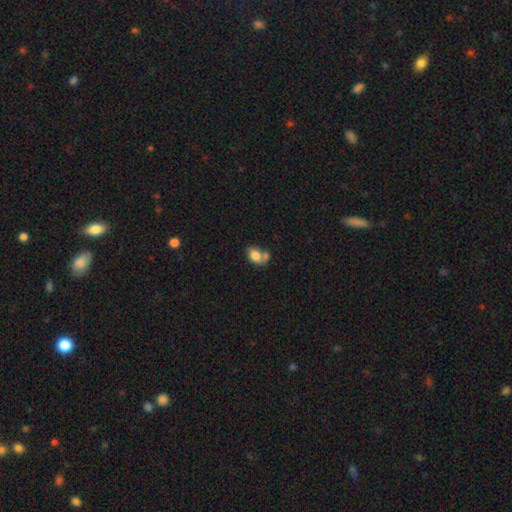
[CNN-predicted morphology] Smooth or featured? smooth (79%)
How rounded? in between (76%)
Merging? merger (44%)